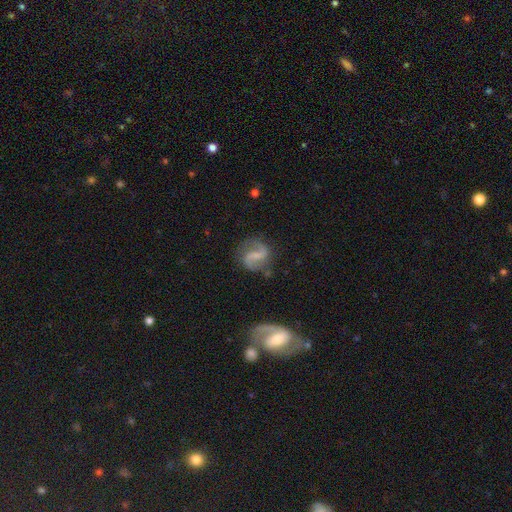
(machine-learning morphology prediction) The model was most divided on "bulge size": none: 42%, small: 39%, moderate: 16%, large: 2%, dominant: 1%. Remaining: edge-on disk — no (98%); spiral arms — yes (95%); spiral arm count — 2 (92%); smooth or featured — featured or disk (82%); merging — none (76%); spiral winding — loose (47%); bar — weak (46%).